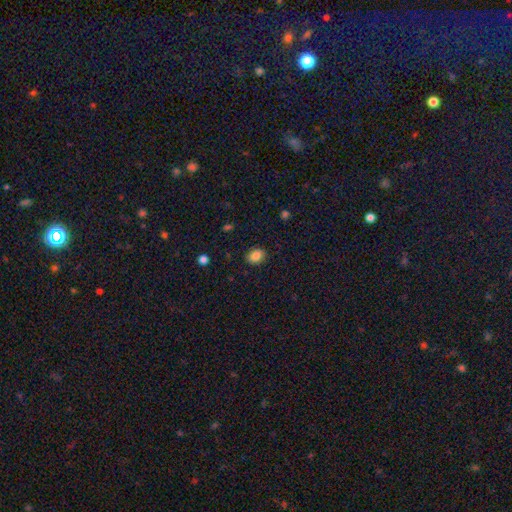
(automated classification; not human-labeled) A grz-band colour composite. It shows a smooth galaxy with no disk features (85%) that is in between round and cigar-shaped (63%). Merging: none (87%).